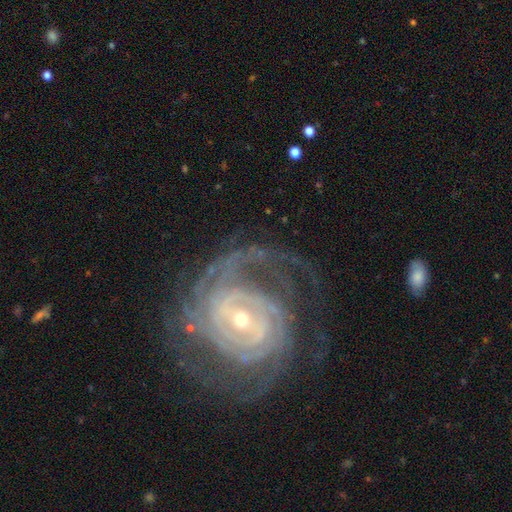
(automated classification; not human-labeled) smooth-or-featured: featured or disk: 88% | star or artifact: 6% | smooth: 5%
  disk-edge-on: no: 97% | yes: 3%
    bar: no: 40% | weak: 37% | strong: 23%
    has-spiral-arms: yes: 96% | no: 4%
      spiral-winding: tight: 64% | medium: 28% | loose: 8%
      spiral-arm-count: 2: 28% | can't tell: 27% | 3: 17% | 4: 11% | more than 4: 8% | 1: 8%
    bulge-size: small: 65% | moderate: 30% | large: 3% | none: 1% | dominant: 1%
  merging: none: 69% | minor disturbance: 15% | major disturbance: 14% | merger: 2%